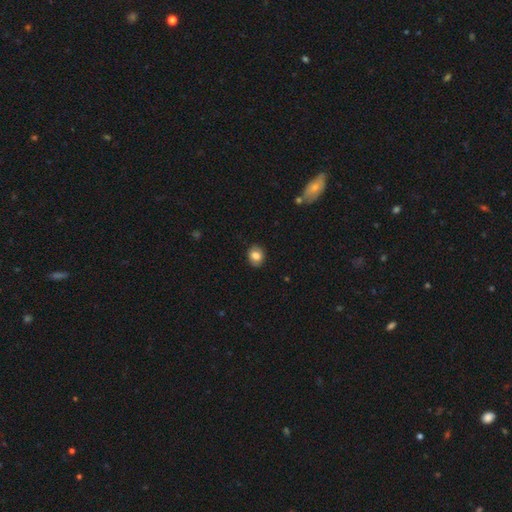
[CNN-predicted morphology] smooth-or-featured: smooth: 81% | featured or disk: 11% | star or artifact: 9%
  how-rounded: round: 57% | in between: 42% | cigar-shaped: 1%
  merging: none: 87% | minor disturbance: 10% | major disturbance: 2% | merger: 1%